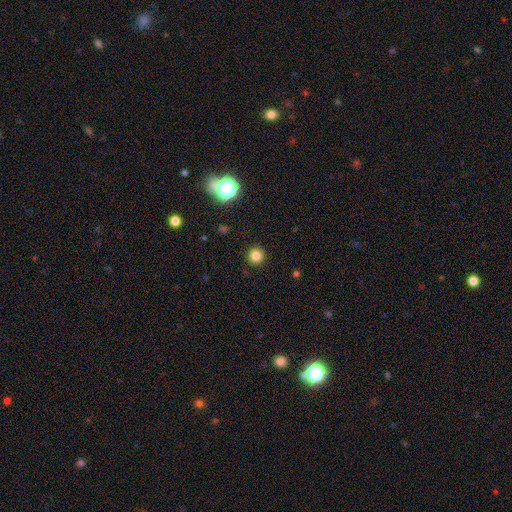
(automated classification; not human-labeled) This appears to be a smooth galaxy with no disk features (82%) that is round (95%). Merging: none (92%).